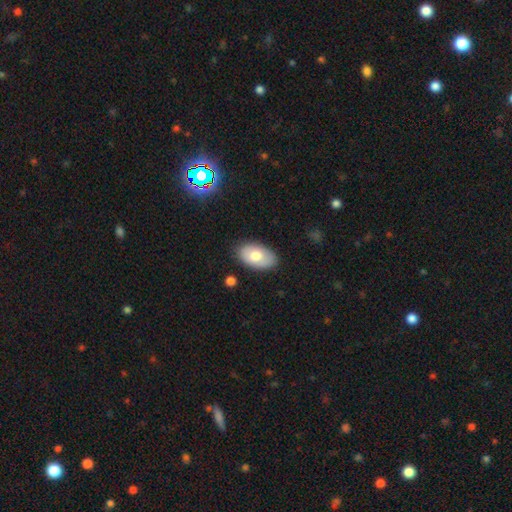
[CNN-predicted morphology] Smooth or featured? smooth (71%)
How rounded? in between (93%)
Merging? none (83%)